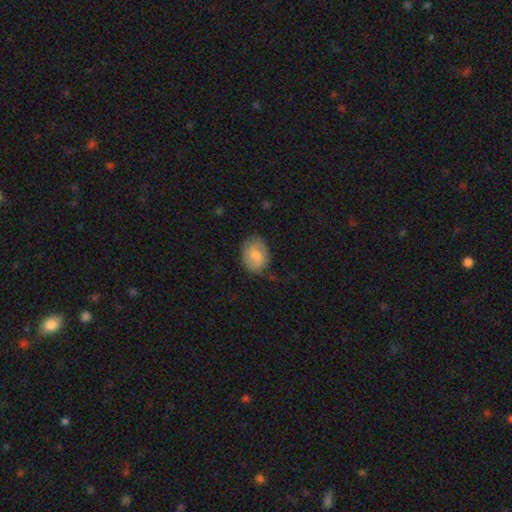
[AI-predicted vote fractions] A smooth galaxy with no disk features (70%) that is in between round and cigar-shaped (65%). Merging: none (61%).